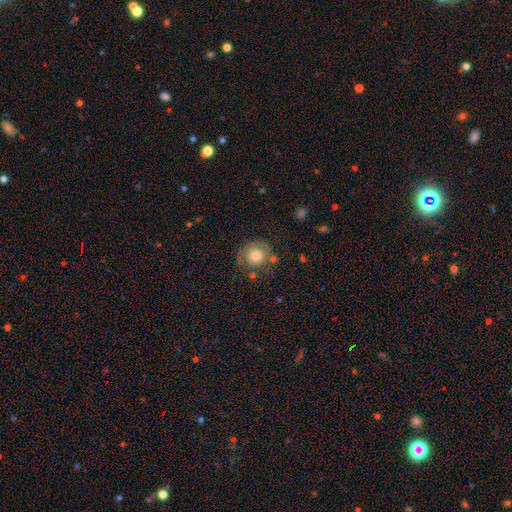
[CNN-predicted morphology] Smooth or featured?
  - smooth: 67% *
  - featured or disk: 23%
  - star or artifact: 9%
How rounded?
  - round: 86% *
  - in between: 13%
  - cigar-shaped: 1%
Merging?
  - none: 64% *
  - minor disturbance: 21%
  - major disturbance: 9%
  - merger: 6%